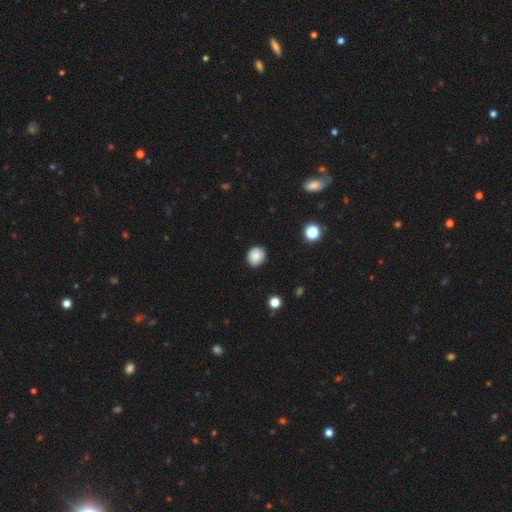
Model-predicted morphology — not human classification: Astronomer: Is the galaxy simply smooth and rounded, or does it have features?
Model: smooth — 84%.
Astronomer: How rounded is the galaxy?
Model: round — 78%.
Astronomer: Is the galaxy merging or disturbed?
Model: none — 84%.